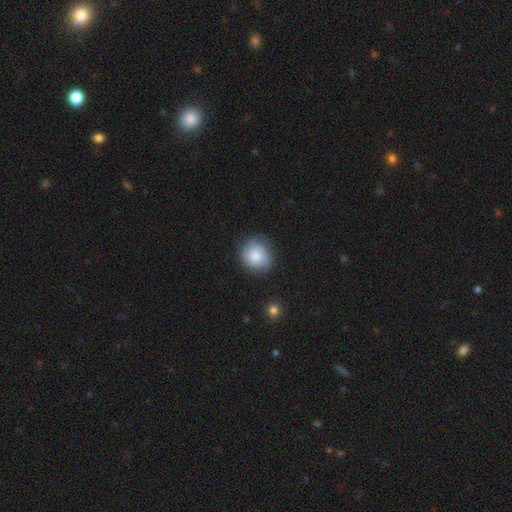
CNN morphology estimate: The model was most divided on "smooth or featured": smooth: 62%, featured or disk: 30%, star or artifact: 8%. More confident: how rounded — round (79%); merging — none (73%).